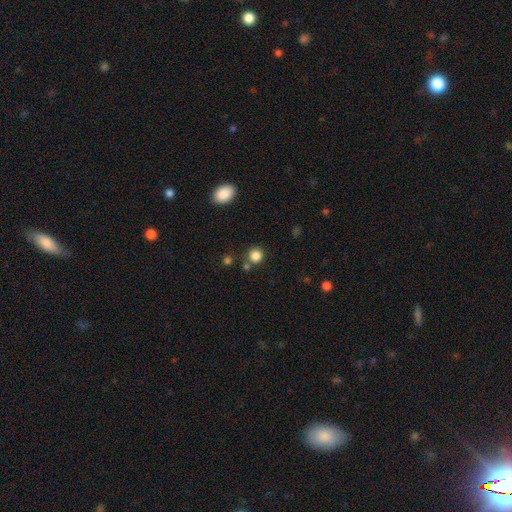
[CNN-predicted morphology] smooth 84%, star or artifact 12%, featured or disk 4%. Down the decision tree: how rounded — round (90%); merging — none (77%).